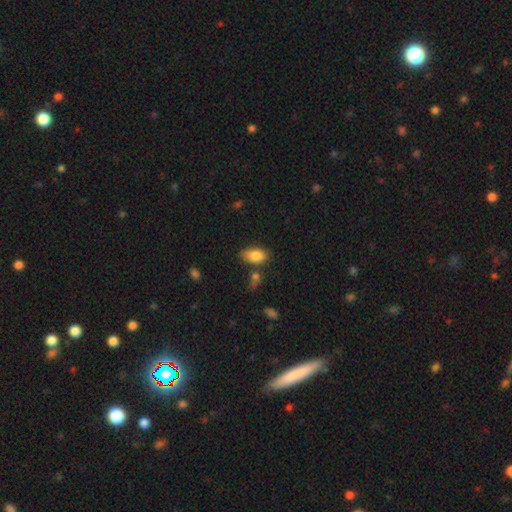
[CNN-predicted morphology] A smooth galaxy with no disk features (83%) that is in between round and cigar-shaped (91%).

Vote fractions:
- Smooth or featured? smooth: 83% / featured or disk: 10% / star or artifact: 7%
- How rounded? in between: 91% / round: 6% / cigar-shaped: 3%
- Merging? none: 67% / minor disturbance: 18% / merger: 10% / major disturbance: 5%